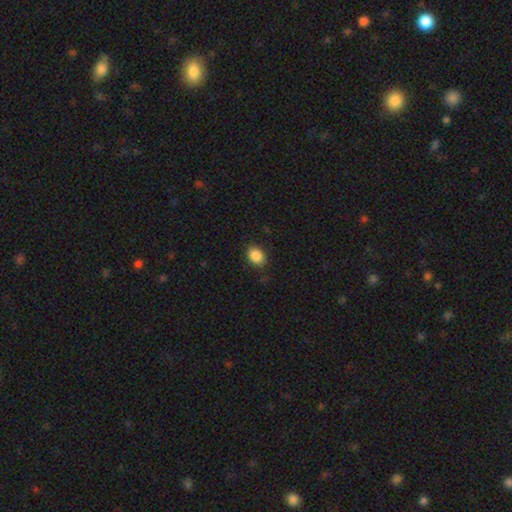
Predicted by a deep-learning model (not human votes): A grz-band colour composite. It shows a smooth galaxy with no disk features (88%) that is in between round and cigar-shaped (61%). Merging: none (85%).